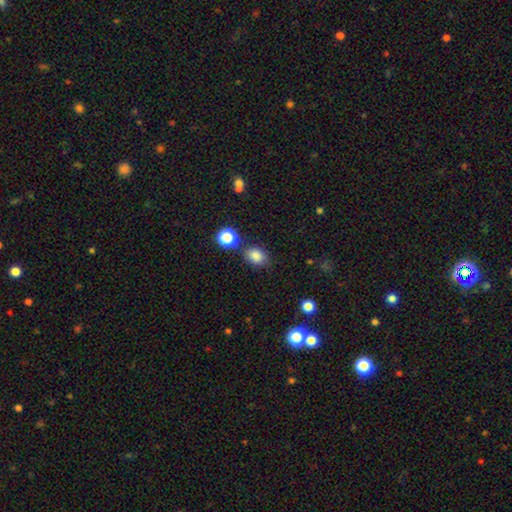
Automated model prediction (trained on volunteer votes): Smooth or featured: smooth — 83% (star or artifact — 12%)
How rounded: in between — 62% (round — 36%)
Merging: none — 72% (minor disturbance — 15%)